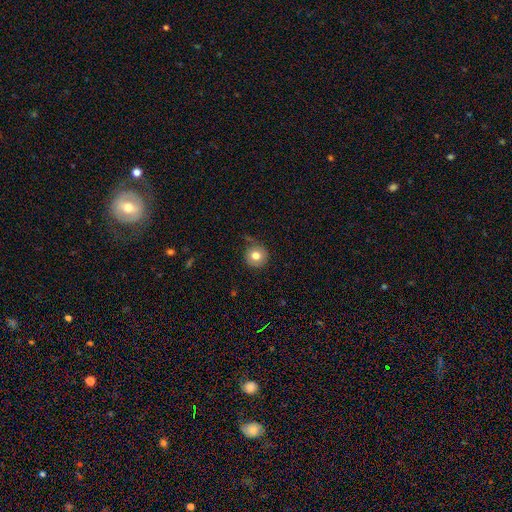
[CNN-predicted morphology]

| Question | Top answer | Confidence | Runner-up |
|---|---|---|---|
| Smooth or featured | smooth | 78% | featured or disk (13%) |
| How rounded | round | 93% | in between (6%) |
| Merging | none | 72% | minor disturbance (19%) |